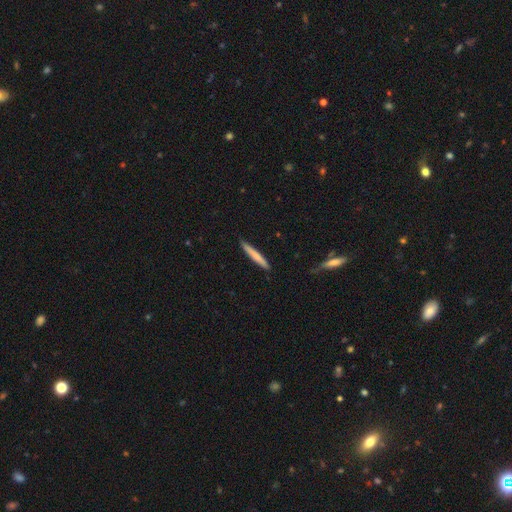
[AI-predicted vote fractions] smooth 71%, featured or disk 24%, star or artifact 5%. Down the decision tree: how rounded — cigar-shaped (96%); merging — none (89%).